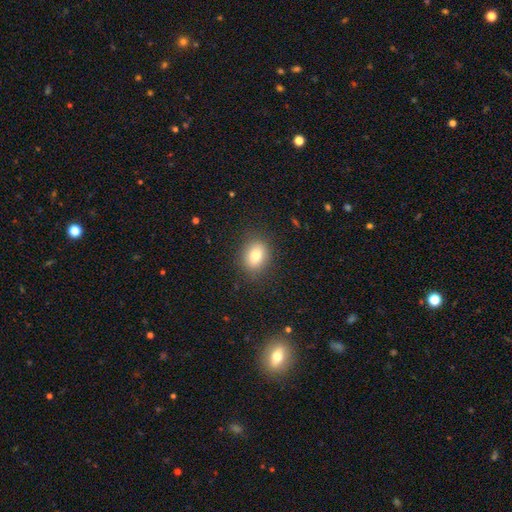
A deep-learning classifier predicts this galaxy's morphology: type=smooth (80%); roundness=in between (50%); merging=none (87%).